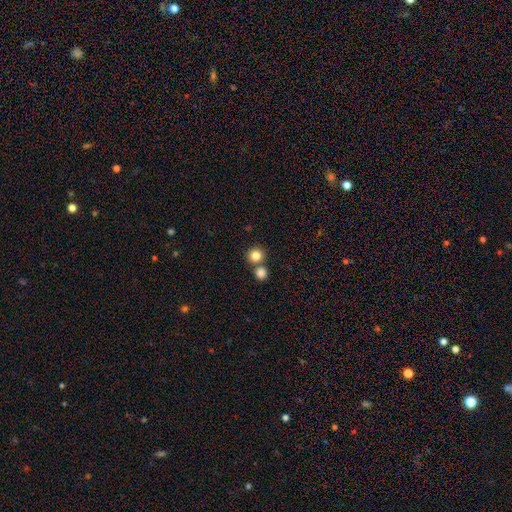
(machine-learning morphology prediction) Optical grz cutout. It shows a smooth galaxy with no disk features (83%) that is round (90%). Merging: none (66%).